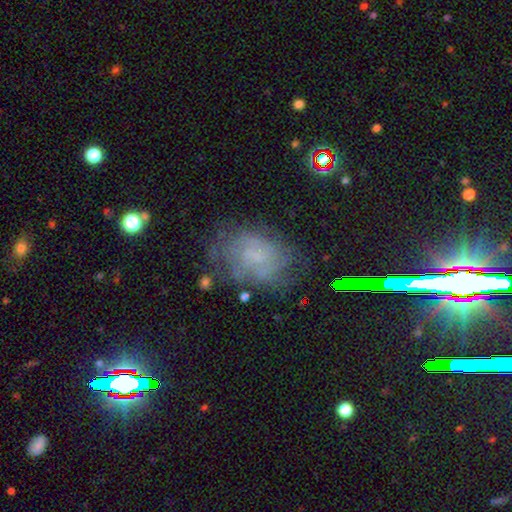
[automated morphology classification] This is possibly a featured or disk galaxy (51%). It is clearly not viewed edge-on (96%). Merging: likely none (63%).